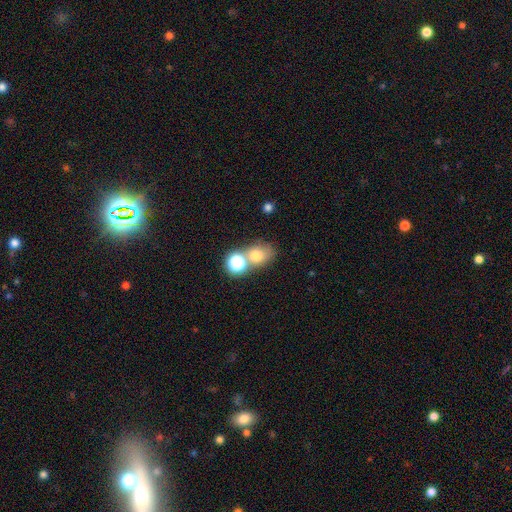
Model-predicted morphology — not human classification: Overall: smooth (71%). How rounded: round (52%; in between 47%). Merging: merger (45%; none 39%).